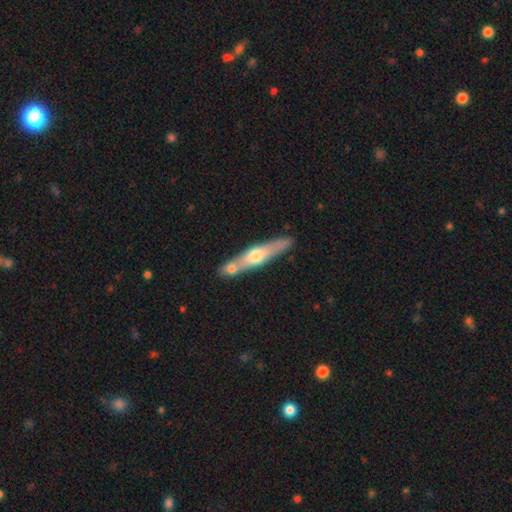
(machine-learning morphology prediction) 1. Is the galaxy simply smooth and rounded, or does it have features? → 58% featured or disk, 36% smooth, 6% star or artifact.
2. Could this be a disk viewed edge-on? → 90% yes, 10% no.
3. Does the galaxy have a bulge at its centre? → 90% rounded, 6% none, 4% boxy.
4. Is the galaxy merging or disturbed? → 73% none, 14% merger, 11% minor disturbance, 3% major disturbance.